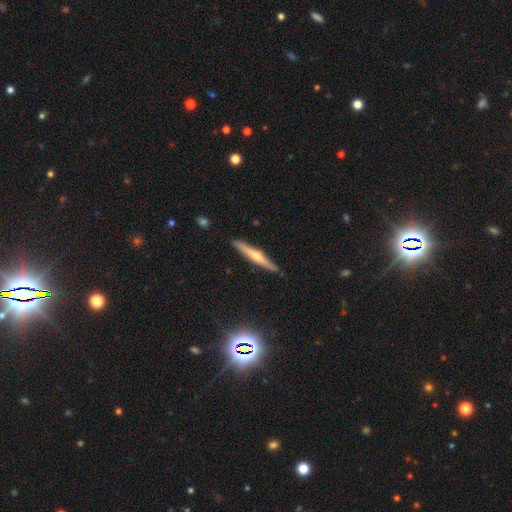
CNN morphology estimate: type=featured or disk (64%); edge-on=yes (97%); edge-on bulge=rounded (81%); merging=none (90%).